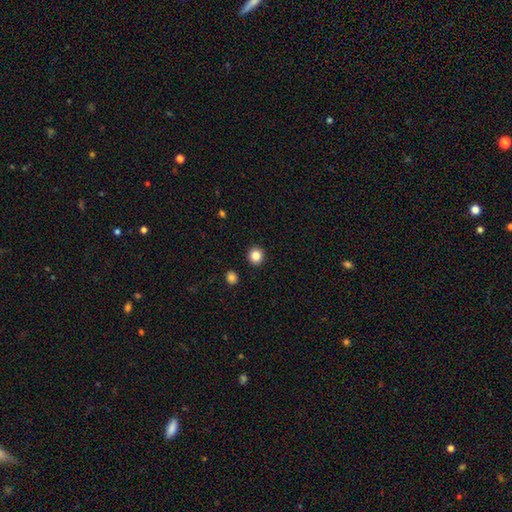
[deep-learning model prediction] A smooth galaxy with no disk features (85%) that is round (92%).

Vote fractions:
- Smooth or featured? smooth: 85% / star or artifact: 10% / featured or disk: 5%
- How rounded? round: 92% / in between: 7% / cigar-shaped: 1%
- Merging? none: 93% / minor disturbance: 4% / major disturbance: 2% / merger: 1%